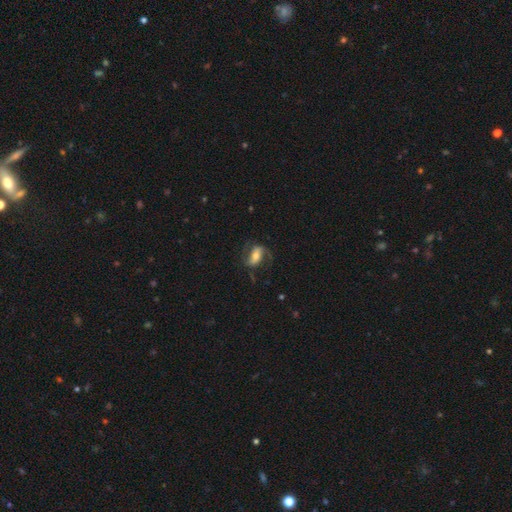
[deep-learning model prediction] A featured or disk galaxy (67%) with a strong bar (43%), 2 (88%) medium (44%) spiral arms (89%) and a moderate central bulge (54%). Merging: none (66%).